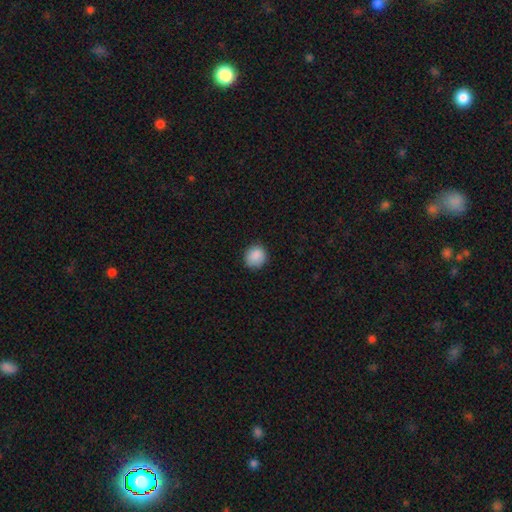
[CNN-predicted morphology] This is clearly a smooth galaxy (88%). How rounded: clearly round (83%). Merging: clearly none (85%).